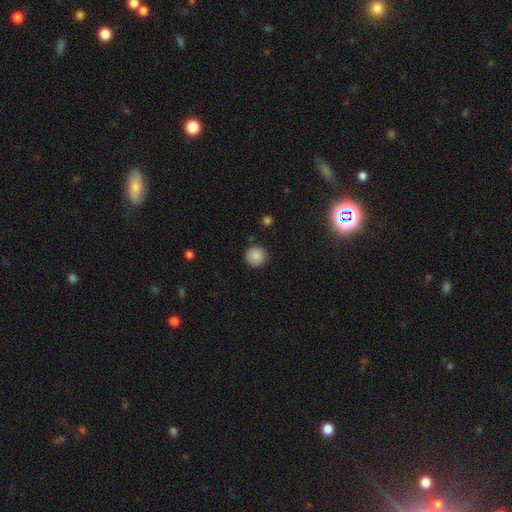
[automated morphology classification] This appears to be a smooth galaxy with no disk features (86%) that is round (95%). Merging: none (90%).